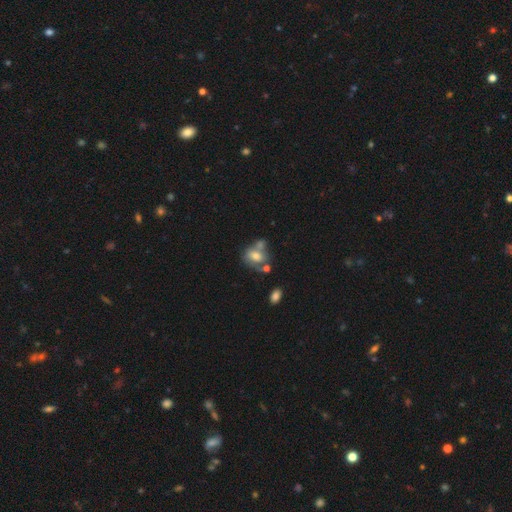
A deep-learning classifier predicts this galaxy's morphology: Smooth or featured? smooth (54%)
How rounded? in between (59%)
Merging? merger (37%)